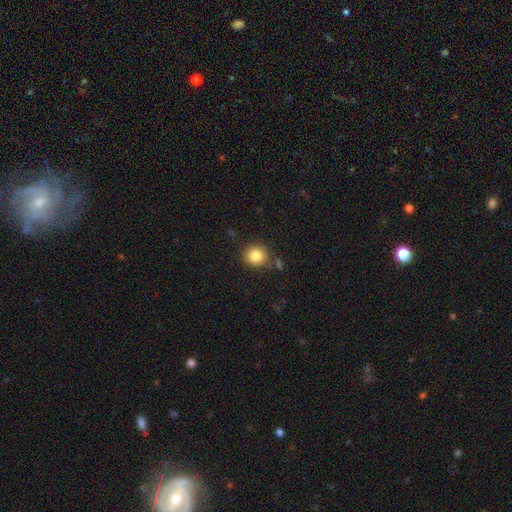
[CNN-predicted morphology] type=smooth (84%); roundness=round (90%); merging=none (83%).